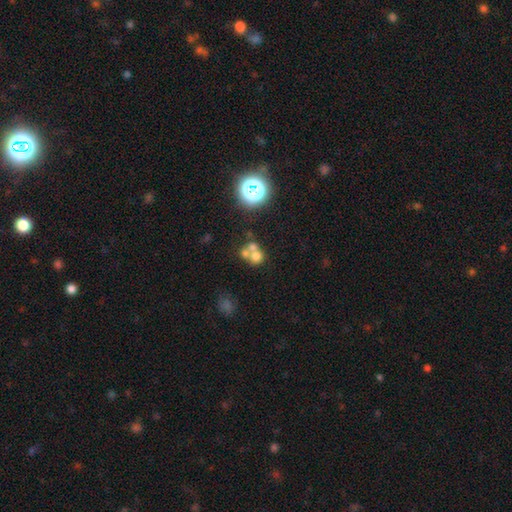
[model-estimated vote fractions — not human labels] smooth_or_featured: smooth (p=0.60) [alt: featured or disk p=0.21]
how_rounded: round (p=0.81) [alt: in between p=0.18]
merging: merger (p=0.55) [alt: none p=0.34]